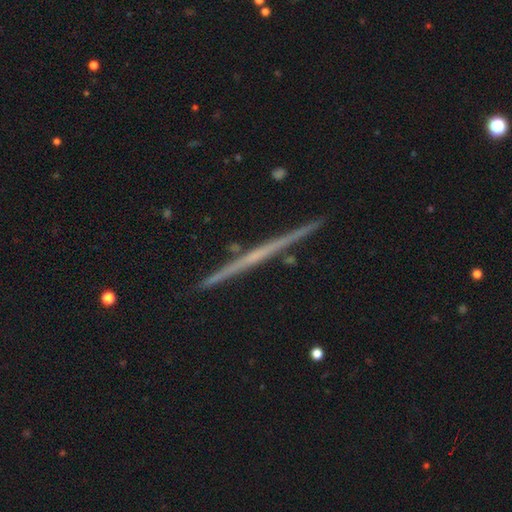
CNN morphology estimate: This appears to be a featured or disk galaxy (76%) viewed edge-on (98%) with no central bulge (78%). Merging: none (92%).